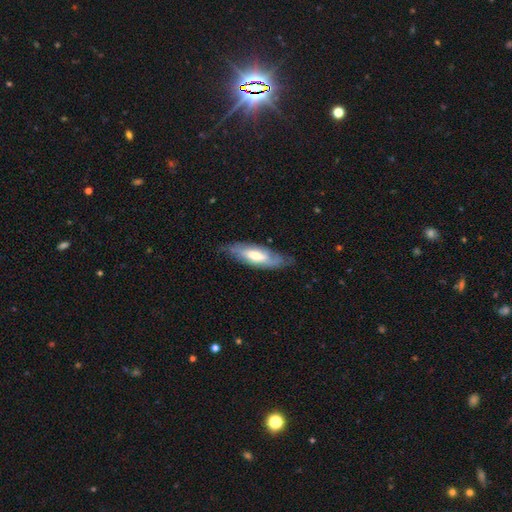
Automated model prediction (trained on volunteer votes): A featured or disk galaxy (53%).

Vote fractions:
- Smooth or featured? featured or disk: 53% / smooth: 41% / star or artifact: 6%
- Edge-on disk? no: 64% / yes: 36%
- Merging? none: 69% / minor disturbance: 23% / major disturbance: 6% / merger: 1%